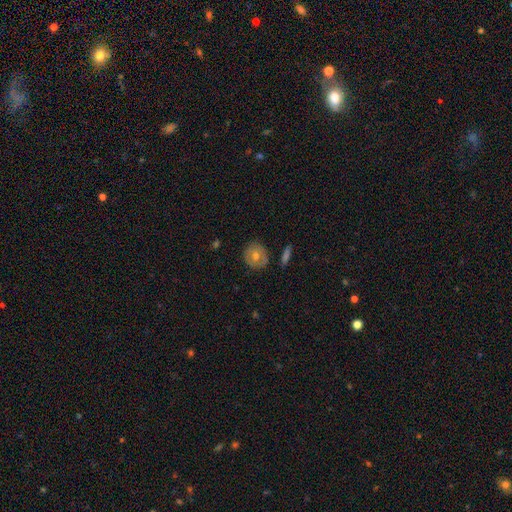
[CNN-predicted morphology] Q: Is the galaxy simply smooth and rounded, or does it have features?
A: smooth — 49%.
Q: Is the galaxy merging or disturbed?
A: none — 83%.